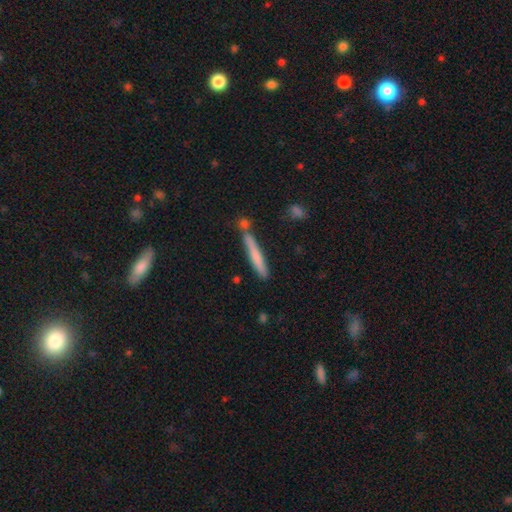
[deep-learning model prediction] Smooth or featured: smooth — 67% (featured or disk — 27%)
How rounded: cigar-shaped — 95% (in between — 4%)
Merging: none — 73% (minor disturbance — 13%)